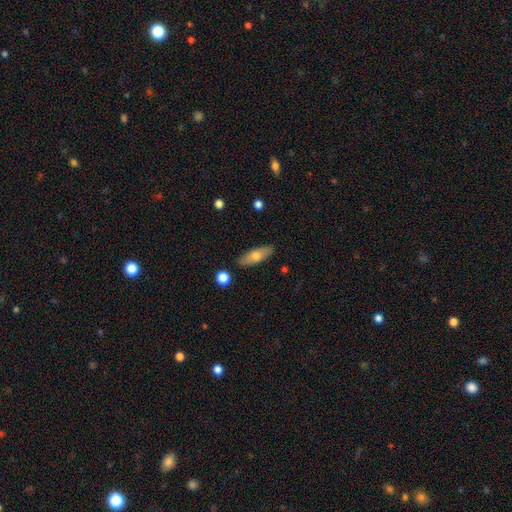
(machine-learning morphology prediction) Smooth or featured? Predicted: smooth (p=0.66). How rounded? Predicted: in between (p=0.55). Merging? Predicted: none (p=0.87).